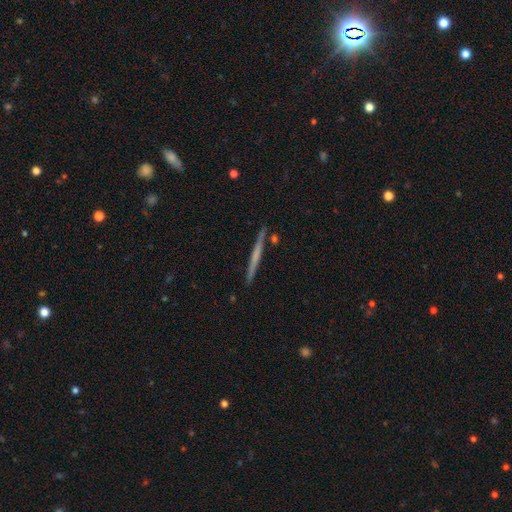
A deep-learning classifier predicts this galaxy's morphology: A featured or disk galaxy (56%) viewed edge-on (98%) with no central bulge (77%). Merging: none (90%).